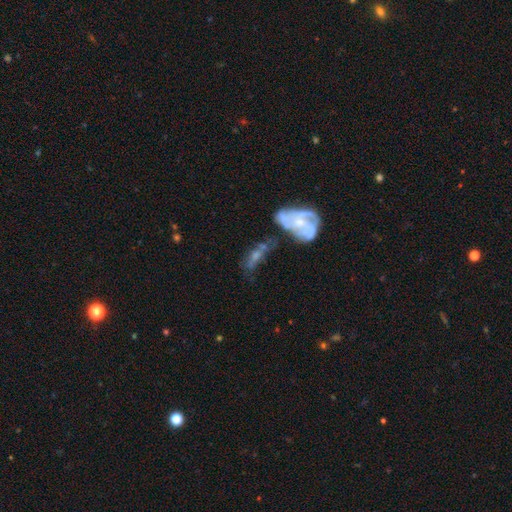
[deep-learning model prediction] This appears to be a featured or disk galaxy (60%) with no bar (70%), spiral arms (60%) and a small central bulge (47%). Merging: merger (35%).